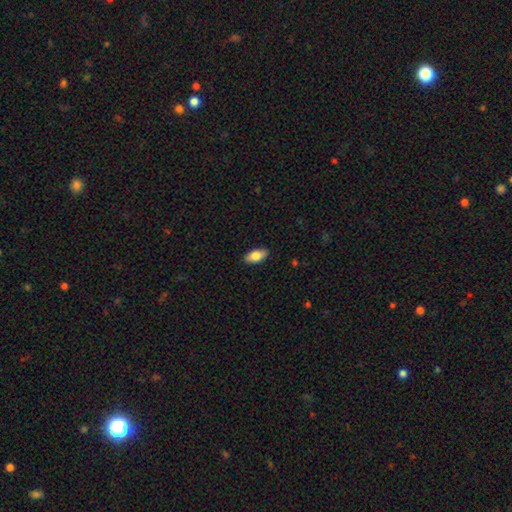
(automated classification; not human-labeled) Morphology: type=smooth (80%); roundness=in between (90%); merging=none (89%).